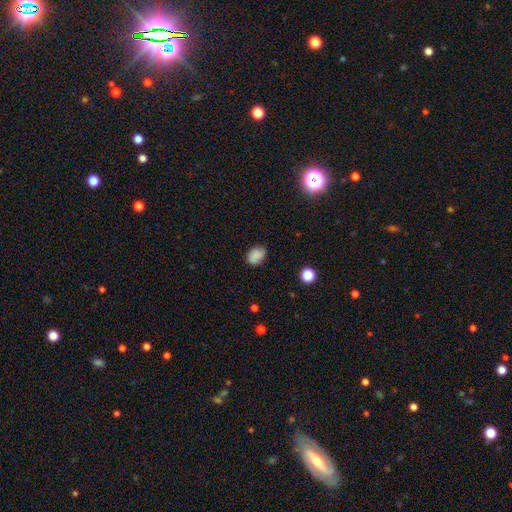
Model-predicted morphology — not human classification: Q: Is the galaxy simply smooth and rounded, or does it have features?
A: smooth — 84%.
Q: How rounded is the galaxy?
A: in between — 73%.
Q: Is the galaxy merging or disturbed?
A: none — 77%.